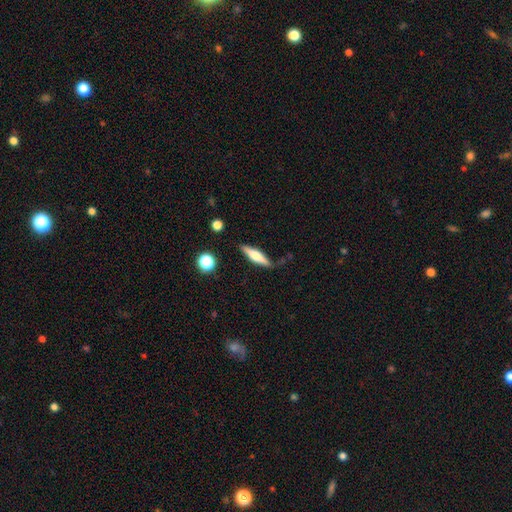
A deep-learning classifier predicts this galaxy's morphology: Smooth or featured? smooth (50%)
Merging? none (73%)